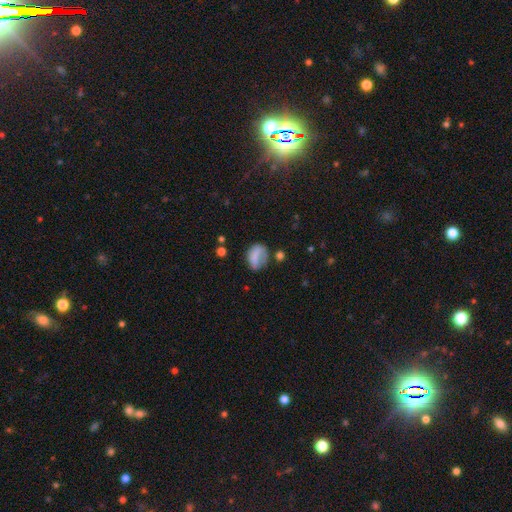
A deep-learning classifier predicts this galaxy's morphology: type=smooth (69%); roundness=in between (62%); merging=none (44%).